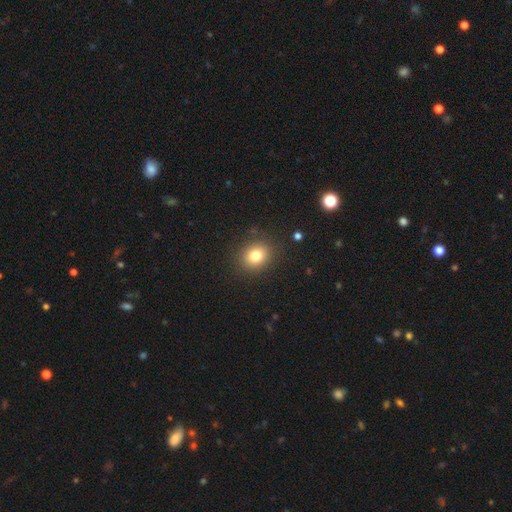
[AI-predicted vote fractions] Q: Smooth or featured?
A: smooth (80%); runner-up: star or artifact (12%)
Q: How rounded?
A: round (64%); runner-up: in between (35%)
Q: Merging?
A: none (88%); runner-up: minor disturbance (8%)